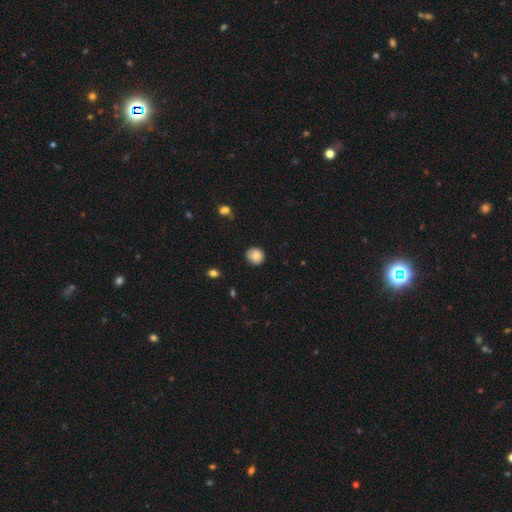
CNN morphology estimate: Overall: smooth (86%). How rounded: round (85%). Merging: none (82%).